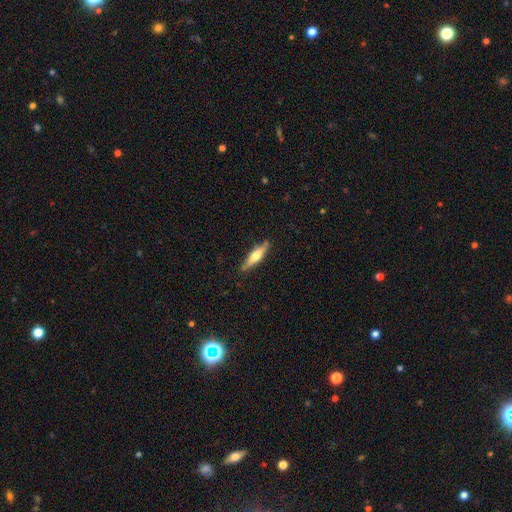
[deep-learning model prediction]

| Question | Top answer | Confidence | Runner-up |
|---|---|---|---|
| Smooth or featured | smooth | 49% | featured or disk (45%) |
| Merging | none | 85% | minor disturbance (12%) |